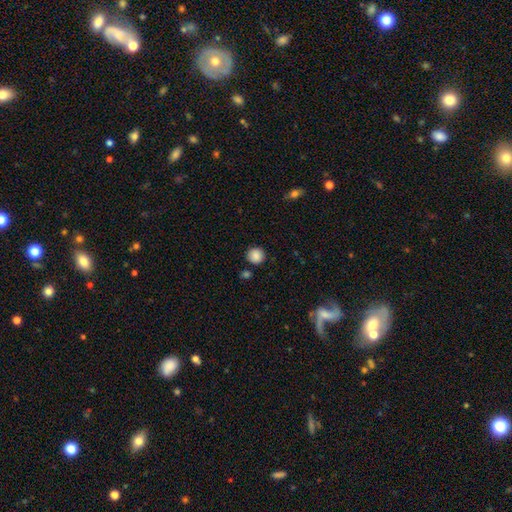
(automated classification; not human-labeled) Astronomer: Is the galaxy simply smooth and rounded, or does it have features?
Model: smooth — 88%.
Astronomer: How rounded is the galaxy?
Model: round — 92%.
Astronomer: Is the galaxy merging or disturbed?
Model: none — 87%.